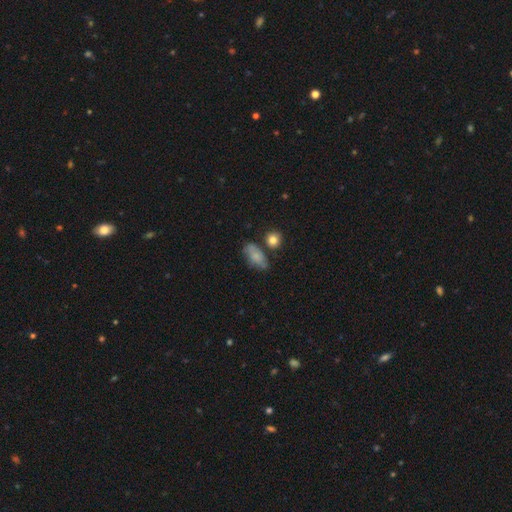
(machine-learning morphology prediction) A smooth galaxy with no disk features (76%) that is in between round and cigar-shaped (87%). Merging: none (60%).